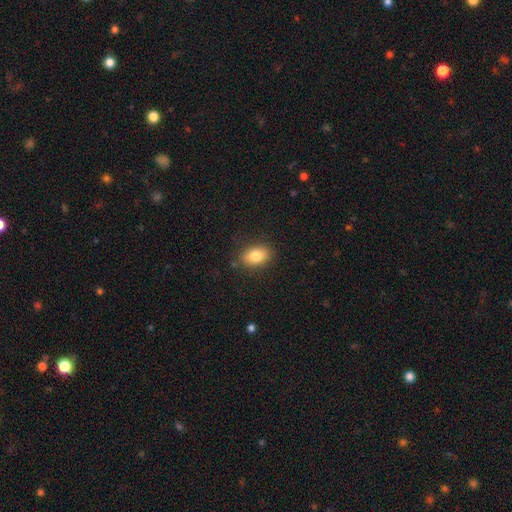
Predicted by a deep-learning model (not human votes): smooth 81%, featured or disk 10%, star or artifact 9%. Down the decision tree: how rounded — in between (80%); merging — none (85%).